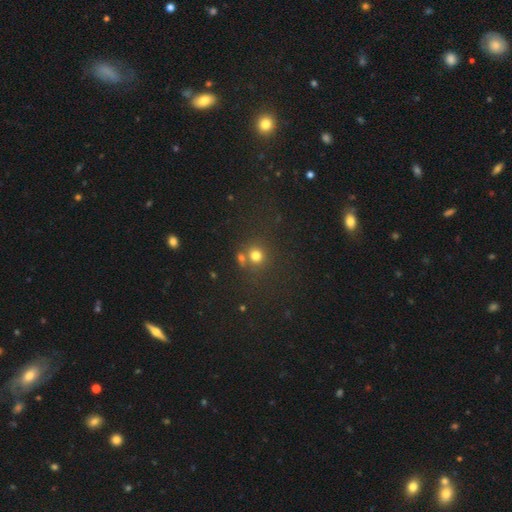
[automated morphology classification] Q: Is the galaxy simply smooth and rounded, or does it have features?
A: smooth — 74%.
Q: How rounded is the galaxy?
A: round — 86%.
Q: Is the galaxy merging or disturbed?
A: none — 63%.